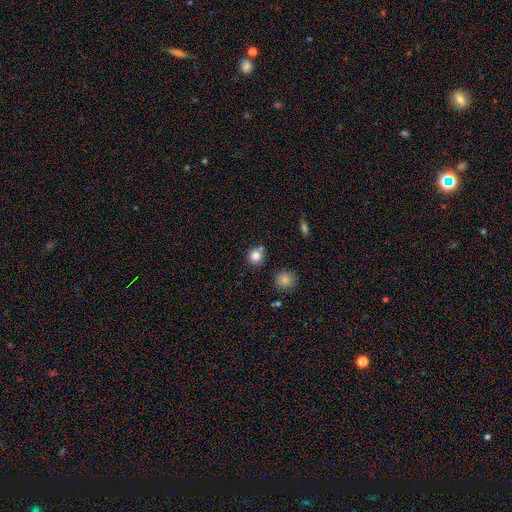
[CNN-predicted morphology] smooth-or-featured: smooth: 83% | star or artifact: 11% | featured or disk: 6%
  how-rounded: round: 91% | in between: 8% | cigar-shaped: 1%
  merging: none: 73% | merger: 14% | minor disturbance: 10% | major disturbance: 3%